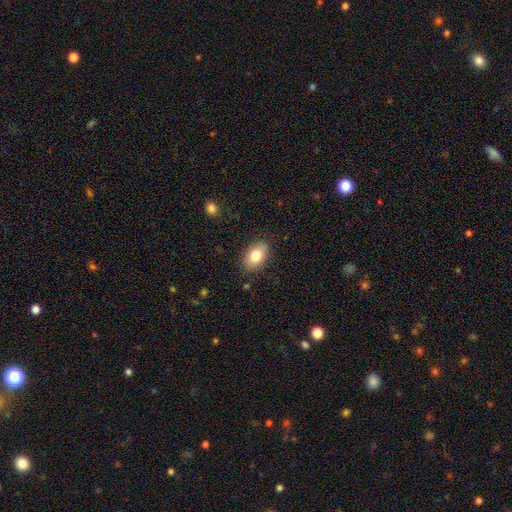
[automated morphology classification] This appears to be a smooth galaxy with no disk features (80%) that is in between round and cigar-shaped (89%). Merging: none (85%).